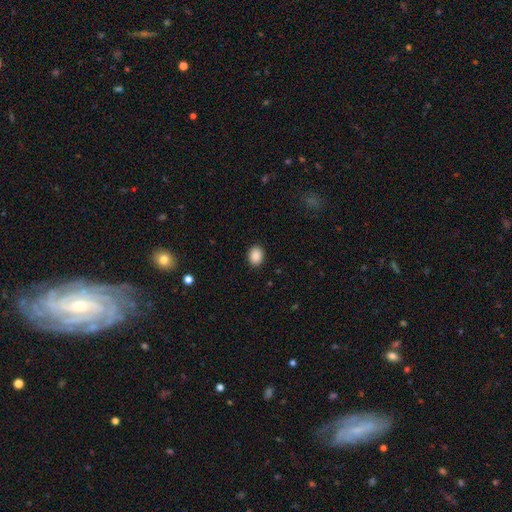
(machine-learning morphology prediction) smooth-or-featured: smooth: 89% | star or artifact: 8% | featured or disk: 3%
  how-rounded: in between: 53% | round: 46% | cigar-shaped: 1%
  merging: none: 90% | minor disturbance: 7% | major disturbance: 2% | merger: 1%